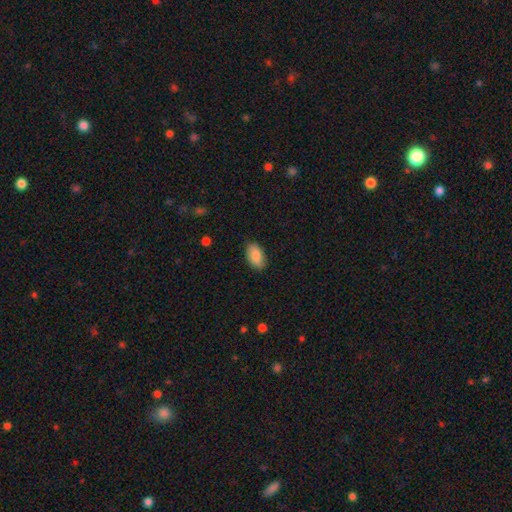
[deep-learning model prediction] Q: Smooth or featured?
A: smooth (85%); runner-up: featured or disk (9%)
Q: How rounded?
A: in between (94%); runner-up: round (4%)
Q: Merging?
A: none (87%); runner-up: minor disturbance (10%)